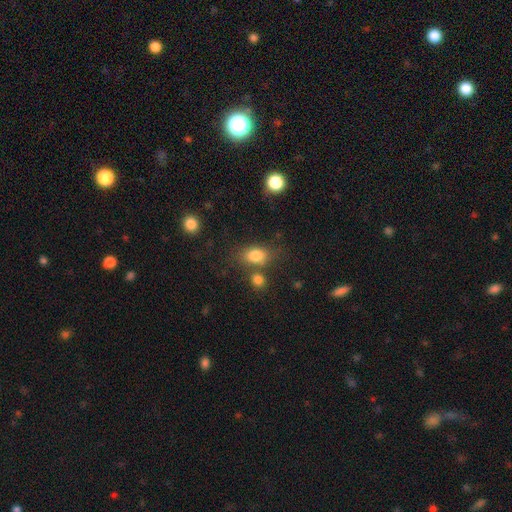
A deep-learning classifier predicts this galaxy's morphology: type=smooth (81%); roundness=in between (76%); merging=none (62%).